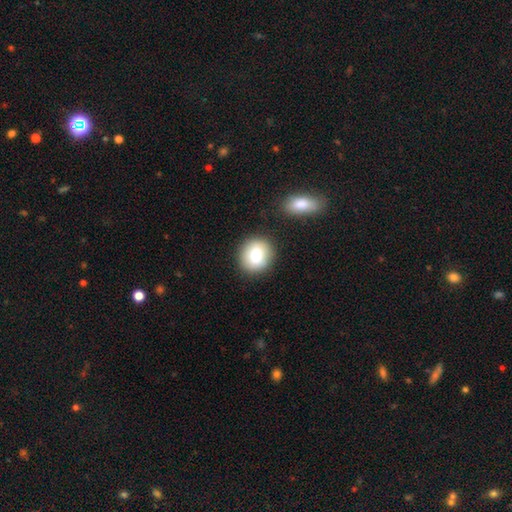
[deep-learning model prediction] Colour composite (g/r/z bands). It shows a smooth galaxy with no disk features (79%) that is round (81%). Merging: none (86%).